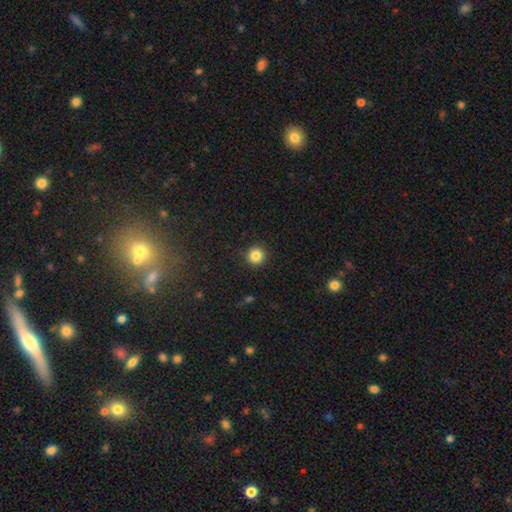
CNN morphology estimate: A smooth galaxy with no disk features (85%) that is round (95%).

Vote fractions:
- Smooth or featured? smooth: 85% / star or artifact: 11% / featured or disk: 4%
- How rounded? round: 95% / in between: 4% / cigar-shaped: 1%
- Merging? none: 91% / minor disturbance: 6% / major disturbance: 2% / merger: 1%